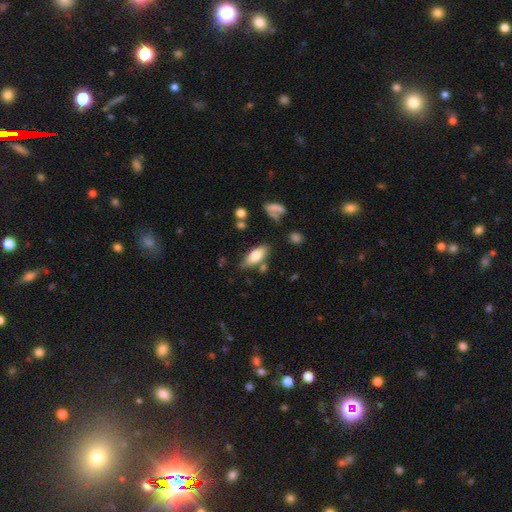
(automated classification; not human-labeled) A smooth galaxy with no disk features (74%) that is in between round and cigar-shaped (79%). Merging: none (69%).